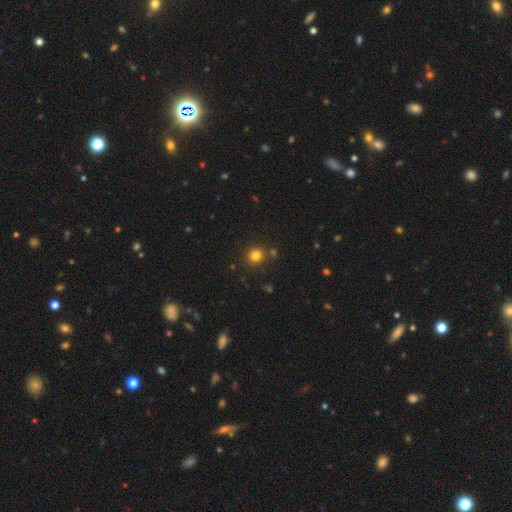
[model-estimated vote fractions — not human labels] Smooth or featured? smooth (80%)
How rounded? round (87%)
Merging? none (84%)